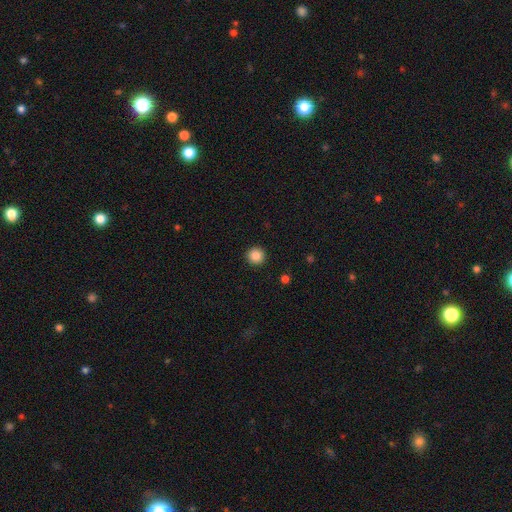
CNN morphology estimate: smooth_or_featured: smooth (p=0.86) [alt: star or artifact p=0.10]
how_rounded: round (p=0.96) [alt: in between p=0.03]
merging: none (p=0.93) [alt: minor disturbance p=0.04]